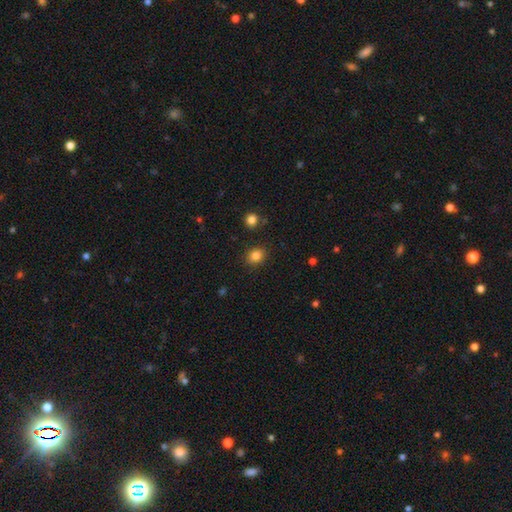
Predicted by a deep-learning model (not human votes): This is clearly a smooth galaxy (84%). How rounded: likely round (74%). Merging: clearly none (88%).